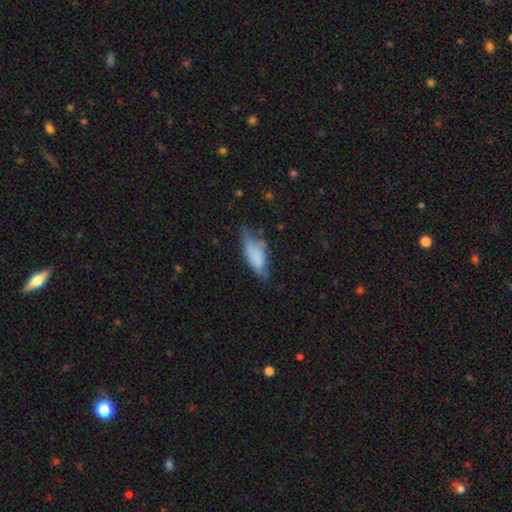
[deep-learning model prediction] Smooth or featured?
  - smooth: 77% *
  - featured or disk: 15%
  - star or artifact: 7%
How rounded?
  - in between: 71% *
  - cigar-shaped: 27%
  - round: 2%
Merging?
  - none: 48% *
  - minor disturbance: 37%
  - major disturbance: 12%
  - merger: 4%